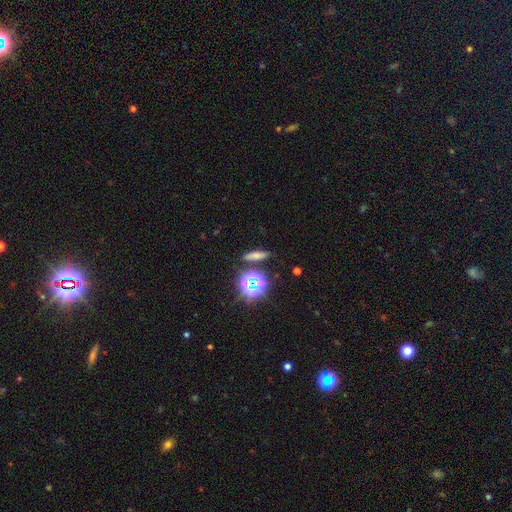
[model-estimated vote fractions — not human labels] This appears to be a smooth galaxy with no disk features (59%) that is cigar-shaped (63%). Merging: none (85%).